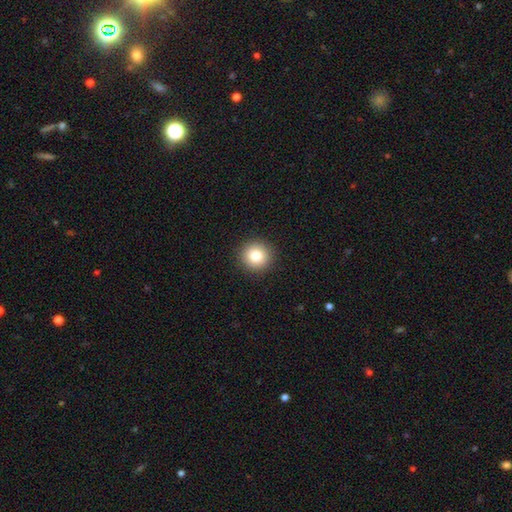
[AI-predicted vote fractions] Smooth or featured: smooth — 82% (star or artifact — 11%)
How rounded: round — 95% (in between — 4%)
Merging: none — 93% (minor disturbance — 5%)